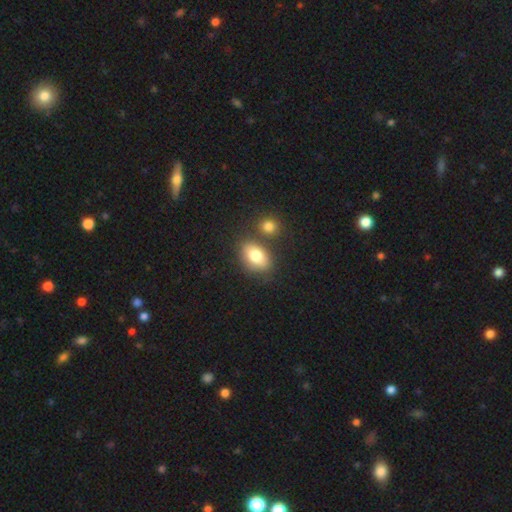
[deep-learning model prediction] Smooth or featured?
  - smooth: 80% *
  - featured or disk: 12%
  - star or artifact: 8%
How rounded?
  - in between: 83% *
  - round: 15%
  - cigar-shaped: 2%
Merging?
  - none: 63% *
  - merger: 20%
  - minor disturbance: 12%
  - major disturbance: 4%